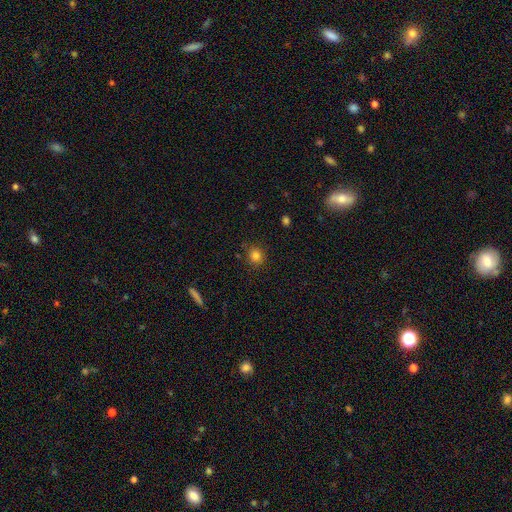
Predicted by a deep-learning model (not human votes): Q: Smooth or featured?
A: smooth (82%); runner-up: star or artifact (13%)
Q: How rounded?
A: round (89%); runner-up: in between (10%)
Q: Merging?
A: none (86%); runner-up: minor disturbance (10%)